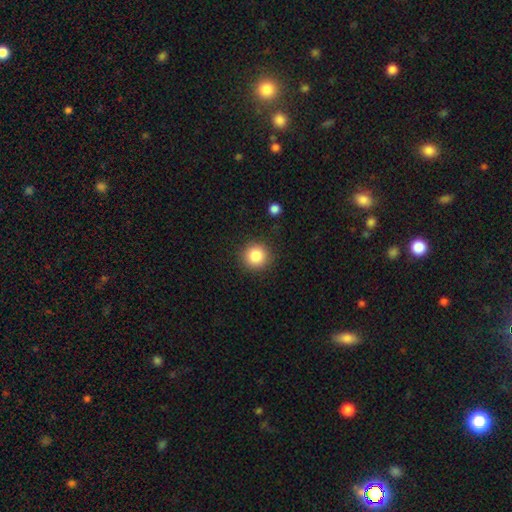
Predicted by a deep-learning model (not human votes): This is clearly a smooth galaxy (85%). How rounded: clearly round (94%). Merging: clearly none (90%).